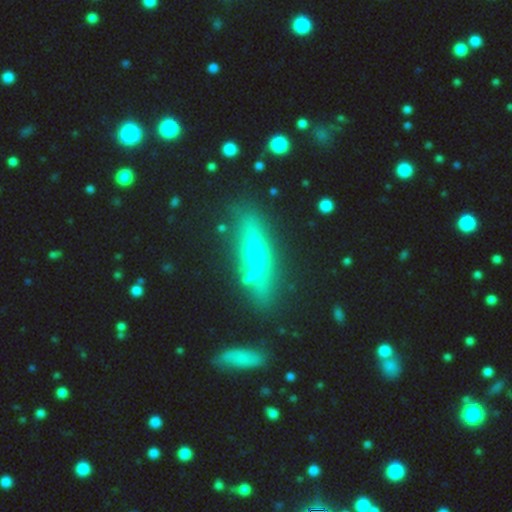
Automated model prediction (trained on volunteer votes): A featured or disk galaxy (47%).

Vote fractions:
- Smooth or featured? featured or disk: 47% / smooth: 42% / star or artifact: 11%
- Merging? none: 75% / minor disturbance: 12% / merger: 8% / major disturbance: 5%